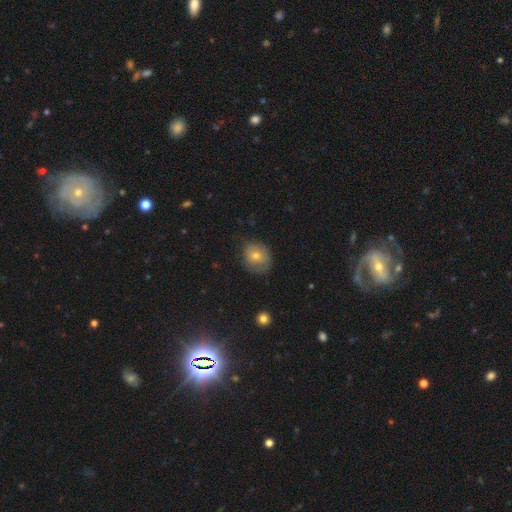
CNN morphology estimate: Smooth or featured? smooth (71%)
How rounded? round (64%)
Merging? none (60%)